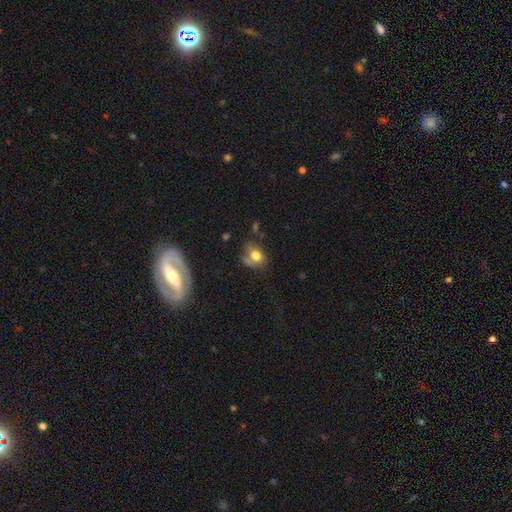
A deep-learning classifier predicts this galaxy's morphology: This is likely a smooth galaxy (70%). How rounded: possibly in between (58%). Merging: marginally none (39%).